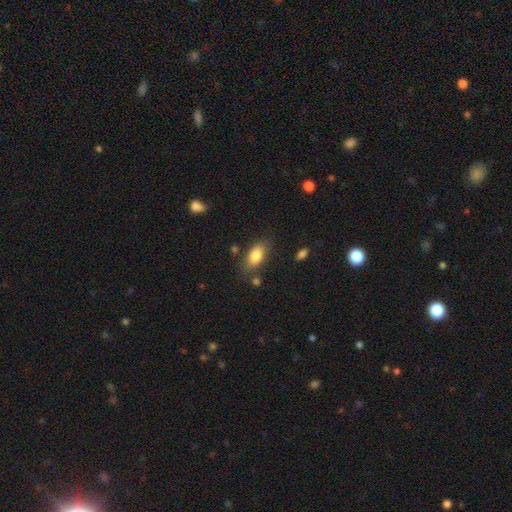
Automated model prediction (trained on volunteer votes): This is clearly a smooth galaxy (81%). How rounded: clearly in between (88%). Merging: likely none (76%).